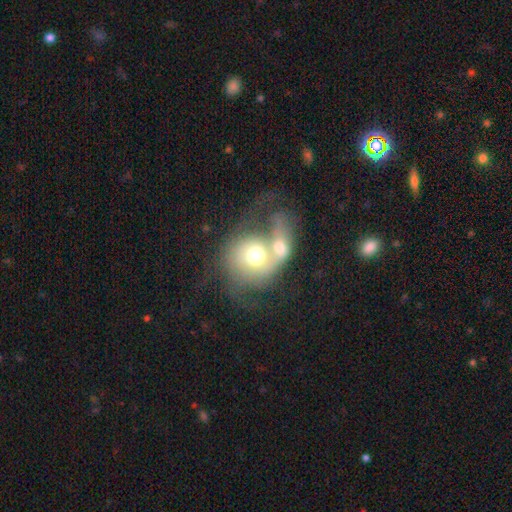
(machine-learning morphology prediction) smooth 48%, featured or disk 44%, star or artifact 9%. Down the decision tree: merging — merger (74%).